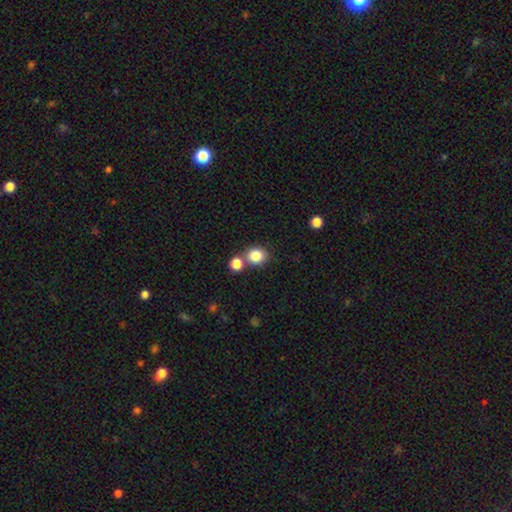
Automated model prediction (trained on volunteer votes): The model was most divided on "merging": none: 62%, merger: 26%, minor disturbance: 9%, major disturbance: 3%. More confident: smooth or featured — smooth (85%); how rounded — round (70%).